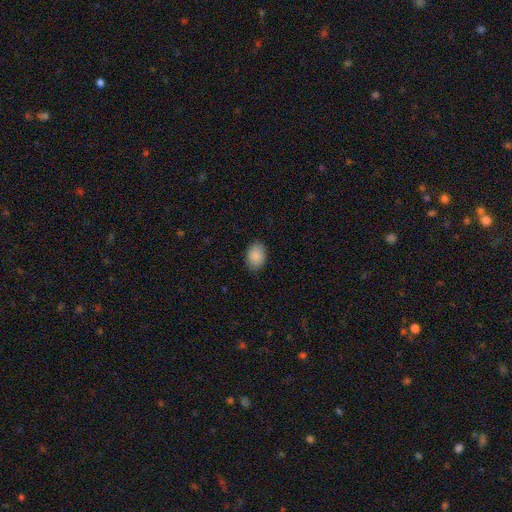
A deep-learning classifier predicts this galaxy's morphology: A smooth galaxy with no disk features (89%) that is in between round and cigar-shaped (75%).

Vote fractions:
- Smooth or featured? smooth: 89% / star or artifact: 7% / featured or disk: 4%
- How rounded? in between: 75% / round: 24% / cigar-shaped: 1%
- Merging? none: 85% / minor disturbance: 12% / major disturbance: 3% / merger: 1%